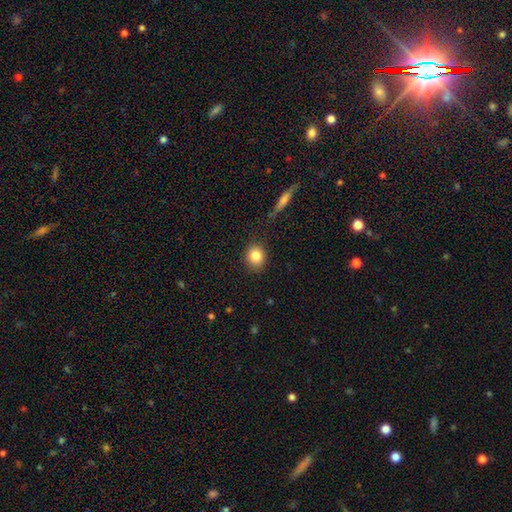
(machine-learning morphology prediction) The model was most divided on "how rounded": round: 76%, in between: 22%, cigar-shaped: 1%. More confident: merging — none (86%); smooth or featured — smooth (83%).